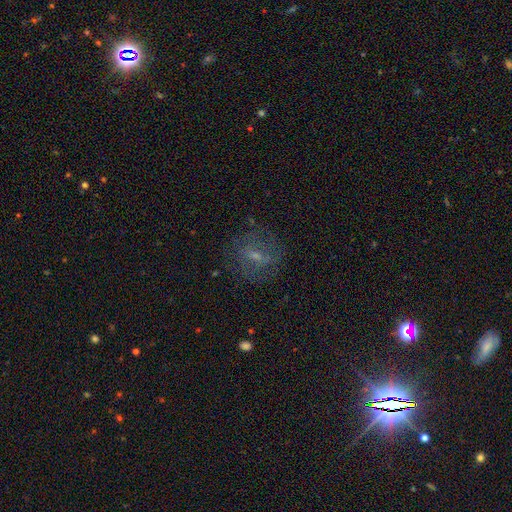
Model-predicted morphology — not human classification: featured or disk 48%, smooth 33%, star or artifact 19%. Down the decision tree: merging — none (73%).